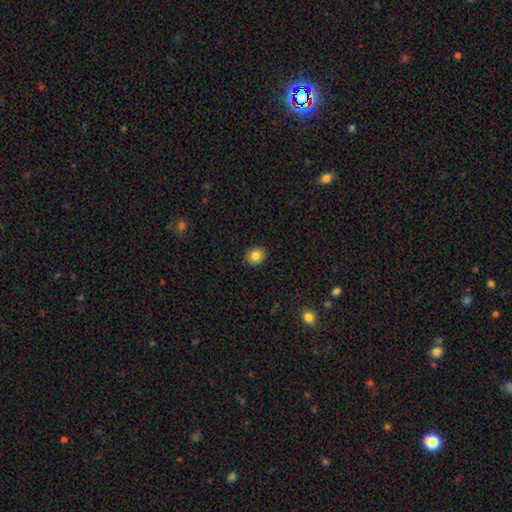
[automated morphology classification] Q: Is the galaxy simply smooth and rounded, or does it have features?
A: smooth — 82%.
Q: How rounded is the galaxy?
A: round — 71%.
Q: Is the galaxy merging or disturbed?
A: none — 90%.